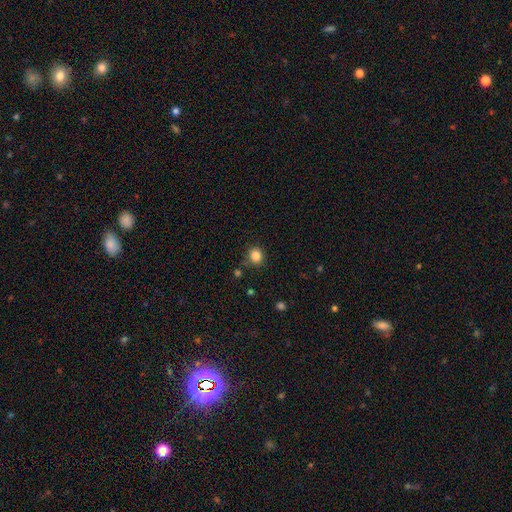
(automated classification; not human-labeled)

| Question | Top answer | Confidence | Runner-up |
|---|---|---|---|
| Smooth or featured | smooth | 85% | star or artifact (11%) |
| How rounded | round | 83% | in between (16%) |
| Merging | none | 83% | minor disturbance (10%) |